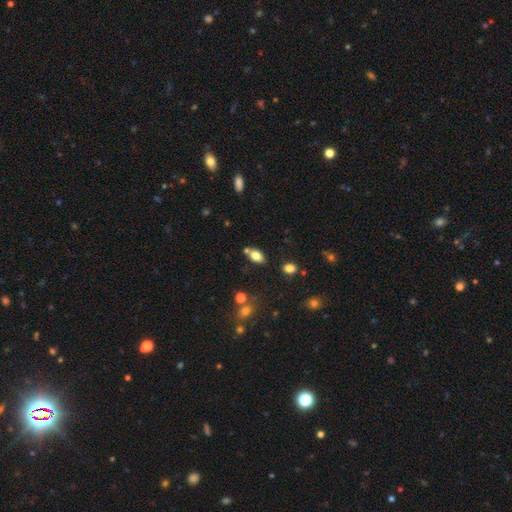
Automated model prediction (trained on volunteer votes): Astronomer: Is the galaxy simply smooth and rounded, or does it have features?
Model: smooth — 80%.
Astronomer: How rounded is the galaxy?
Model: in between — 90%.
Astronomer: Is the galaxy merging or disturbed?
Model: none — 69%.